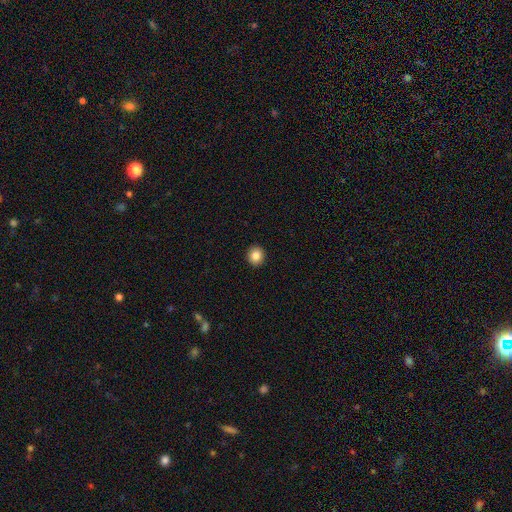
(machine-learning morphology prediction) type=smooth (86%); roundness=round (82%); merging=none (92%).